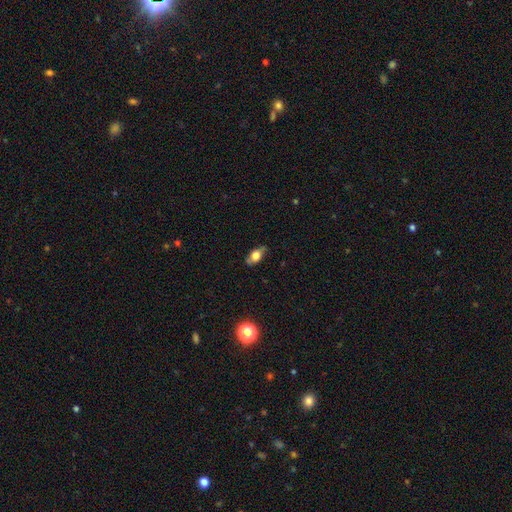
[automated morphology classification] Smooth or featured? Predicted: smooth (p=0.65). How rounded? Predicted: in between (p=0.82). Merging? Predicted: none (p=0.70).